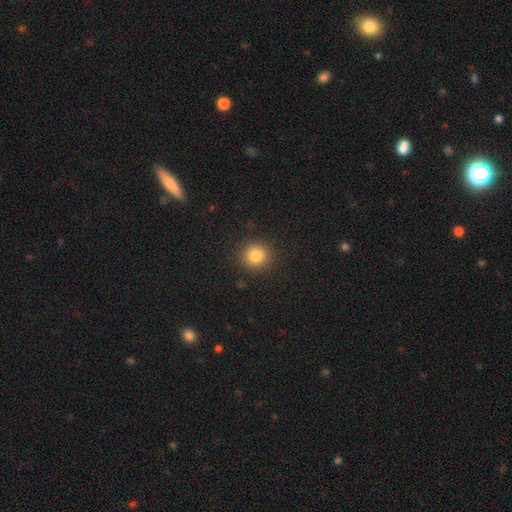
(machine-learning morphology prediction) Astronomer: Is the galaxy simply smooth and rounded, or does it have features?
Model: smooth — 83%.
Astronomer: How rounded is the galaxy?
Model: round — 89%.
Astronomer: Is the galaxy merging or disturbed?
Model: none — 90%.